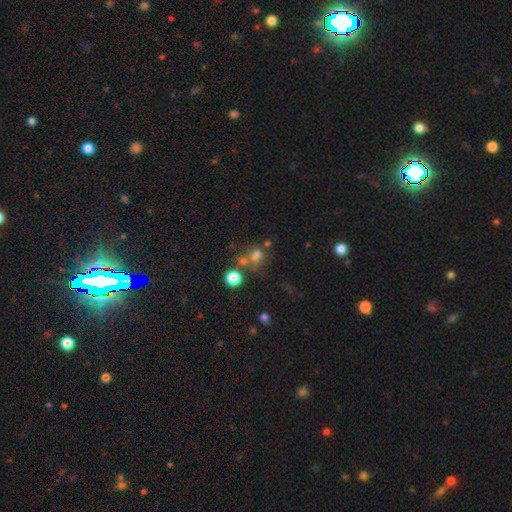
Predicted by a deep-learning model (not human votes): Smooth or featured?
  - smooth: 65% *
  - star or artifact: 22%
  - featured or disk: 13%
How rounded?
  - round: 70% *
  - in between: 29%
  - cigar-shaped: 1%
Merging?
  - none: 48% *
  - merger: 30%
  - minor disturbance: 13%
  - major disturbance: 10%